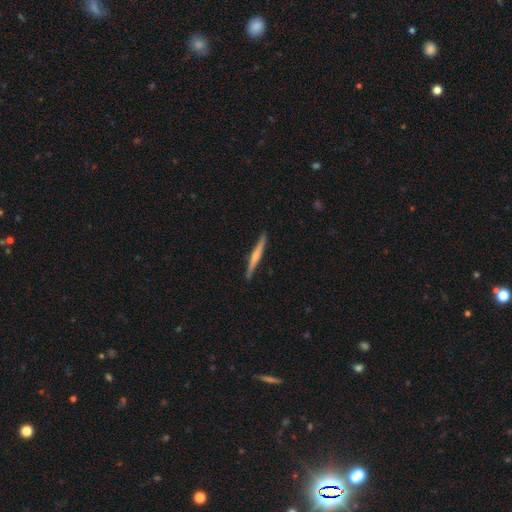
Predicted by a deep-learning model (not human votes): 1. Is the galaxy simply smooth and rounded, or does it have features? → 56% featured or disk, 39% smooth, 5% star or artifact.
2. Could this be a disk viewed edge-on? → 97% yes, 3% no.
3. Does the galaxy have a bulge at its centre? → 56% rounded, 33% none, 11% boxy.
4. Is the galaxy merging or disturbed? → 90% none, 8% minor disturbance, 1% major disturbance, 1% merger.